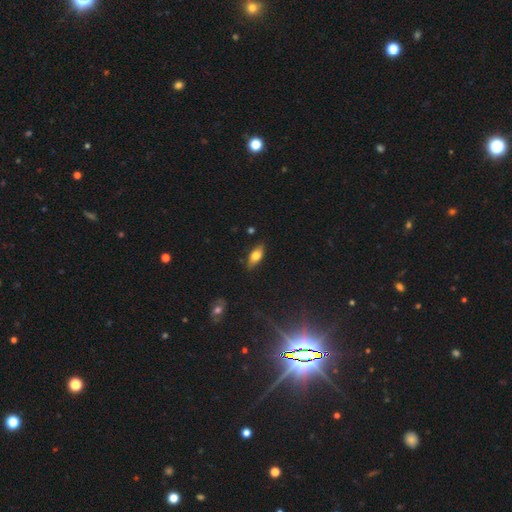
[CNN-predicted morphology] type=smooth (70%); roundness=in between (81%); merging=none (83%).